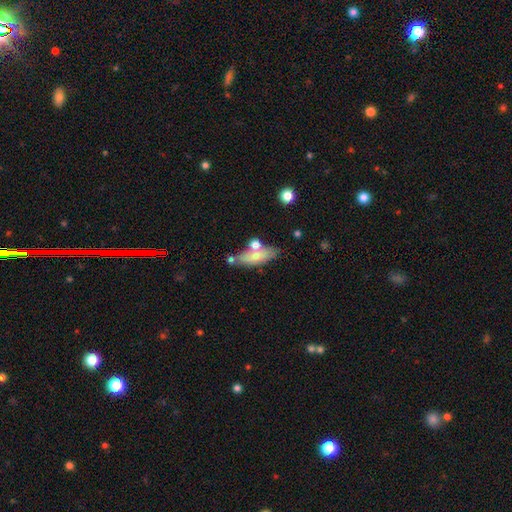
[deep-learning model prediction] This appears to be a smooth galaxy with no disk features (65%) that is in between round and cigar-shaped (62%). Merging: none (57%).